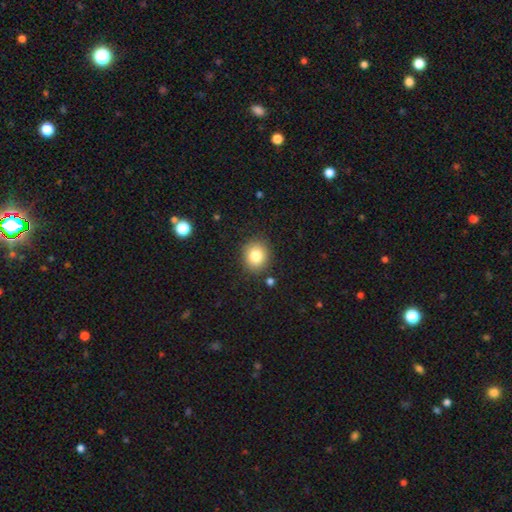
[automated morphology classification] A smooth galaxy with no disk features (81%) that is round (79%). Merging: none (87%).